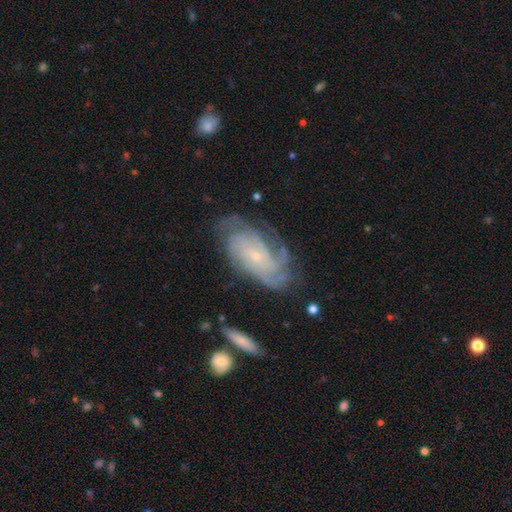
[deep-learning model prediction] Morphology: type=featured or disk (83%); edge-on=no (95%); bar=no (72%); spiral arms=yes (96%); winding=tight (66%); arm count=can't tell (31%); bulge=small (81%); merging=none (68%).